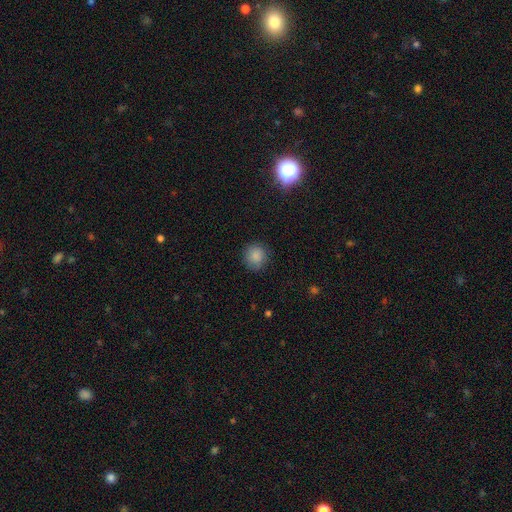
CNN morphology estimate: Q: Smooth or featured?
A: smooth (85%); runner-up: star or artifact (10%)
Q: How rounded?
A: round (90%); runner-up: in between (9%)
Q: Merging?
A: none (85%); runner-up: minor disturbance (11%)